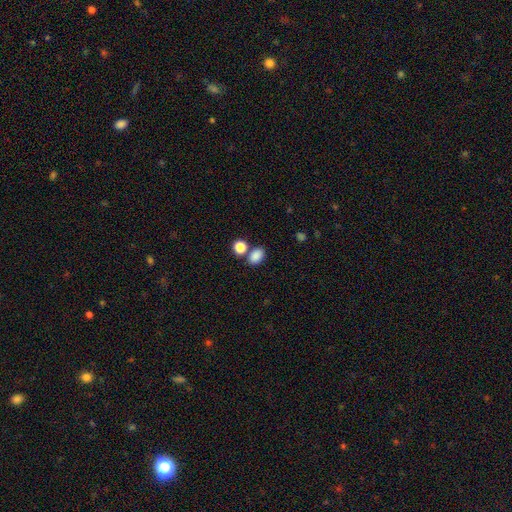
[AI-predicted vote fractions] Smooth or featured: smooth — 86% (star or artifact — 10%)
How rounded: in between — 72% (round — 26%)
Merging: none — 67% (merger — 19%)